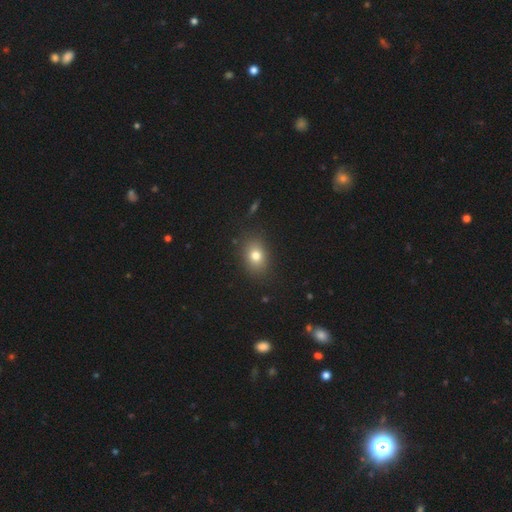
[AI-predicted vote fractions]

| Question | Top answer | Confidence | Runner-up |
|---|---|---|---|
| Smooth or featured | smooth | 78% | star or artifact (11%) |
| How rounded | in between | 66% | round (32%) |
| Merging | none | 85% | minor disturbance (10%) |